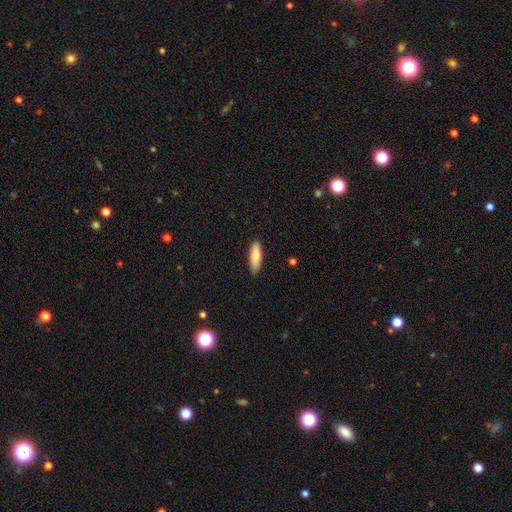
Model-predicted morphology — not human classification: Smooth or featured: smooth — 81% (featured or disk — 14%)
How rounded: cigar-shaped — 50% (in between — 48%)
Merging: none — 88% (minor disturbance — 9%)